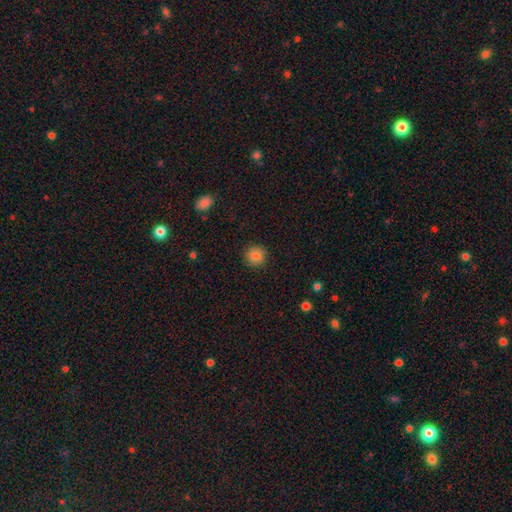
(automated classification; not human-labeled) smooth-or-featured: smooth: 84% | star or artifact: 10% | featured or disk: 6%
  how-rounded: round: 94% | in between: 5% | cigar-shaped: 1%
  merging: none: 90% | minor disturbance: 7% | major disturbance: 2% | merger: 1%